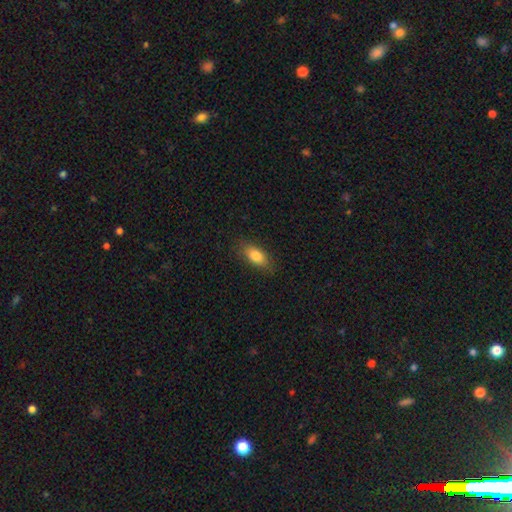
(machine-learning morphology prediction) The model was most divided on "merging": none: 83%, minor disturbance: 13%, major disturbance: 3%, merger: 1%. More confident: how rounded — in between (84%); smooth or featured — smooth (82%).